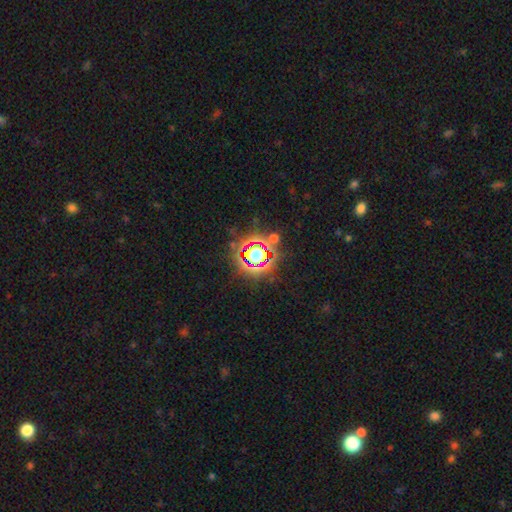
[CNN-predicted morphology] Q: Smooth or featured?
A: star or artifact (67%); runner-up: smooth (20%)